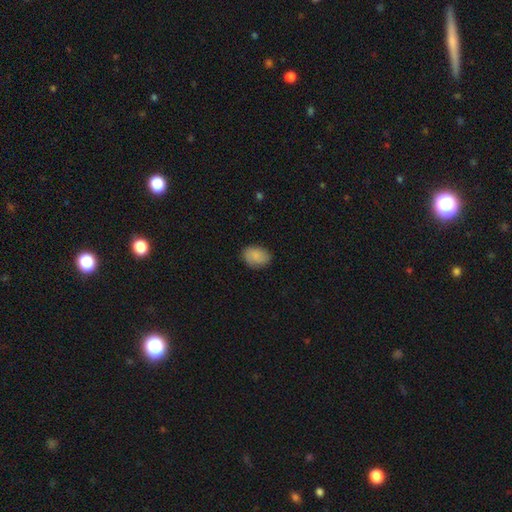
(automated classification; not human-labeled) smooth-or-featured: smooth: 85% | featured or disk: 7% | star or artifact: 7%
  how-rounded: in between: 71% | round: 28% | cigar-shaped: 1%
  merging: none: 81% | minor disturbance: 15% | major disturbance: 3% | merger: 1%